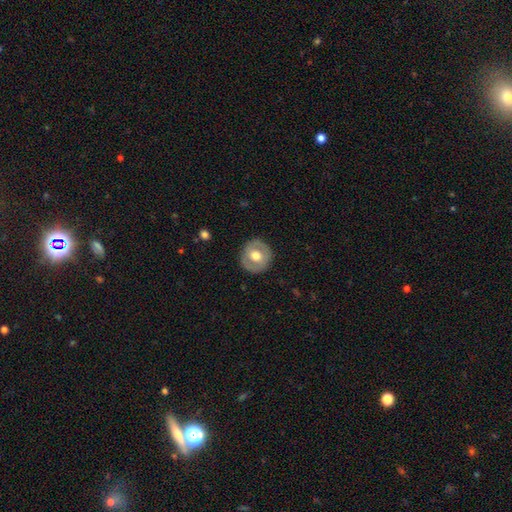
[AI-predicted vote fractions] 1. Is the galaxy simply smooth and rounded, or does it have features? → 51% smooth, 43% featured or disk, 6% star or artifact.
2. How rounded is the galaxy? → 89% round, 10% in between, 1% cigar-shaped.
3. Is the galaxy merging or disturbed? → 87% none, 9% minor disturbance, 3% major disturbance, 1% merger.